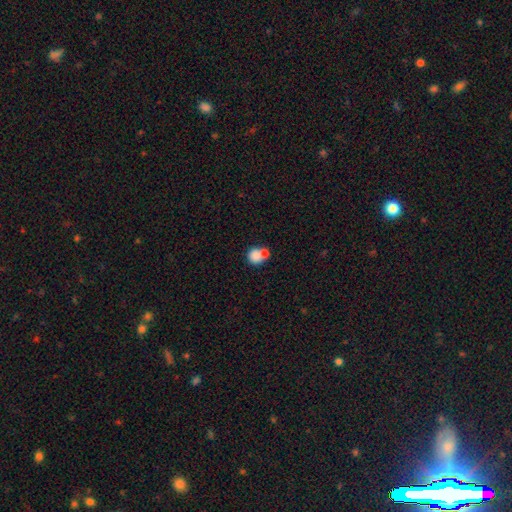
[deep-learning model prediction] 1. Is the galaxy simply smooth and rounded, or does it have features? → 81% smooth, 10% featured or disk, 9% star or artifact.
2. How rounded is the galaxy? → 79% round, 20% in between, 1% cigar-shaped.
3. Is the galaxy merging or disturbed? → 47% merger, 39% none, 9% minor disturbance, 5% major disturbance.